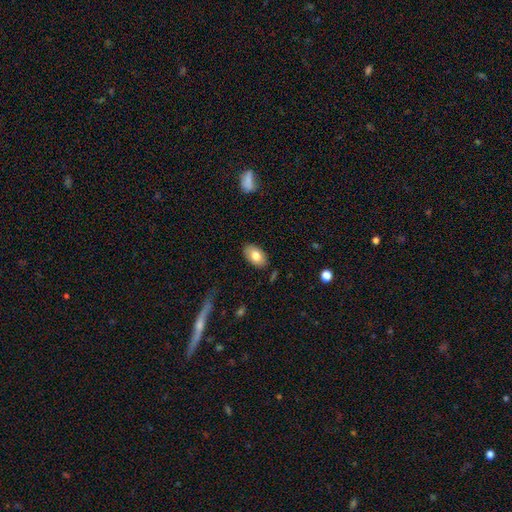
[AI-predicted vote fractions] Smooth or featured? Predicted: smooth (p=0.78). How rounded? Predicted: in between (p=0.93). Merging? Predicted: none (p=0.86).